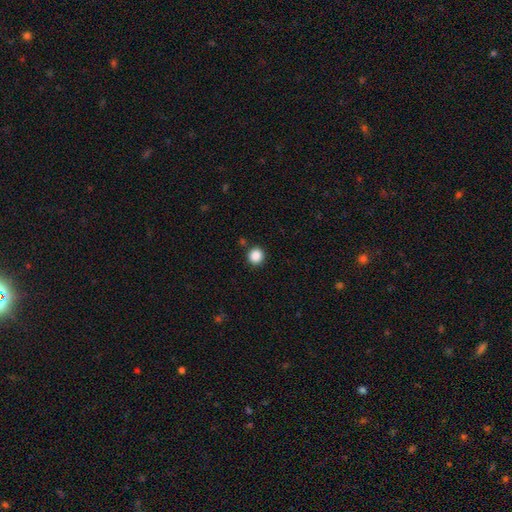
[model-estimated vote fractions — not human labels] smooth-or-featured: smooth: 87% | star or artifact: 10% | featured or disk: 3%
  how-rounded: round: 94% | in between: 5% | cigar-shaped: 1%
  merging: none: 89% | minor disturbance: 6% | merger: 2% | major disturbance: 2%